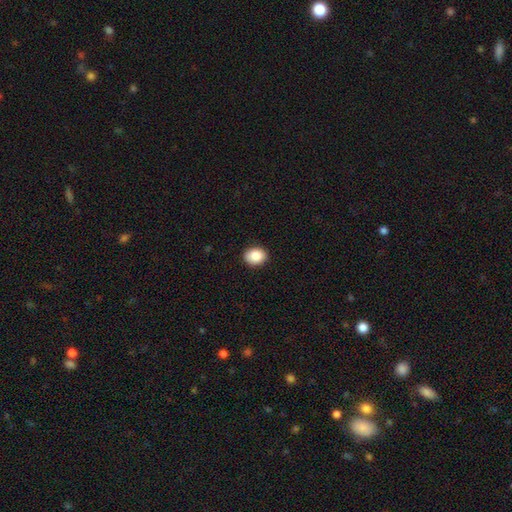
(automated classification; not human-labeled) smooth 86%, star or artifact 8%, featured or disk 6%. Down the decision tree: how rounded — in between (51%); merging — none (91%).